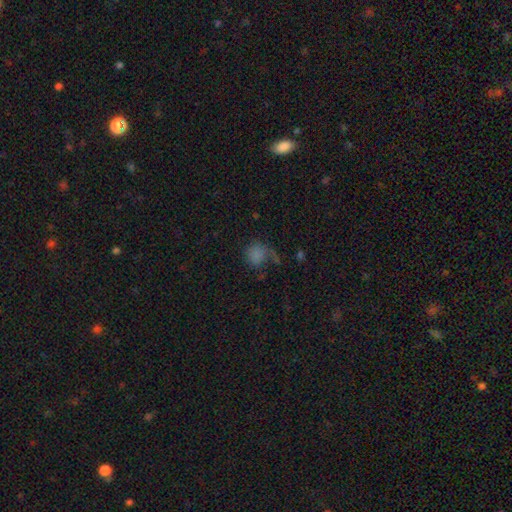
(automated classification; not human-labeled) This is likely a smooth galaxy (62%). How rounded: likely round (79%). Merging: possibly none (49%).